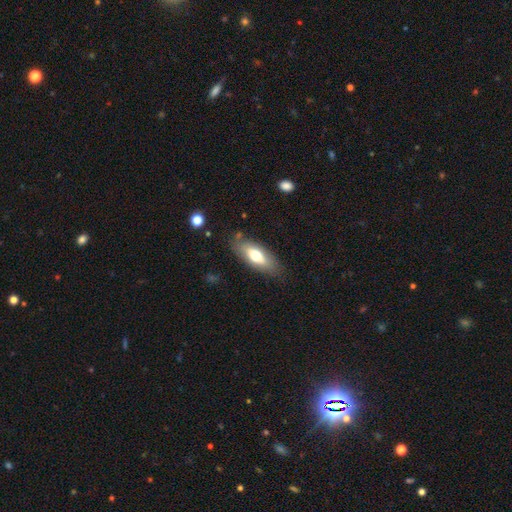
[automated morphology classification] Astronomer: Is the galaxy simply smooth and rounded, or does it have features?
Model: smooth — 63%.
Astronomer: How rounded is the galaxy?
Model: in between — 75%.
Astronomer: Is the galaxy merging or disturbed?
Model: none — 80%.